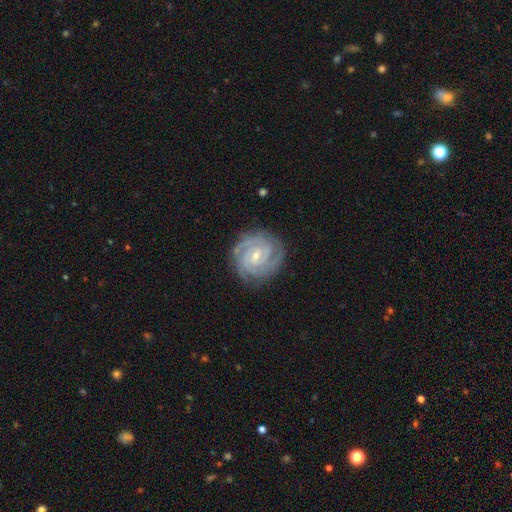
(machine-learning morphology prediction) featured or disk 90%, smooth 5%, star or artifact 5%. Down the decision tree: edge-on disk — no (98%); bar — weak (47%); spiral arms — yes (98%); spiral arm count — 3 (34%); spiral winding — tight (79%); bulge size — small (68%); merging — none (83%).